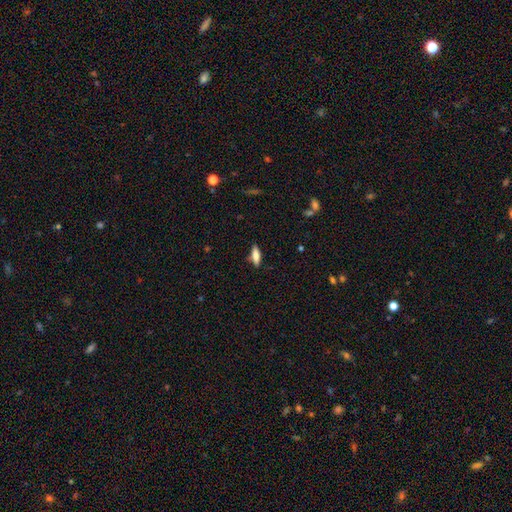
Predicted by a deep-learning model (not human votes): Q: Smooth or featured?
A: smooth (69%); runner-up: featured or disk (24%)
Q: How rounded?
A: in between (55%); runner-up: cigar-shaped (43%)
Q: Merging?
A: none (84%); runner-up: minor disturbance (11%)